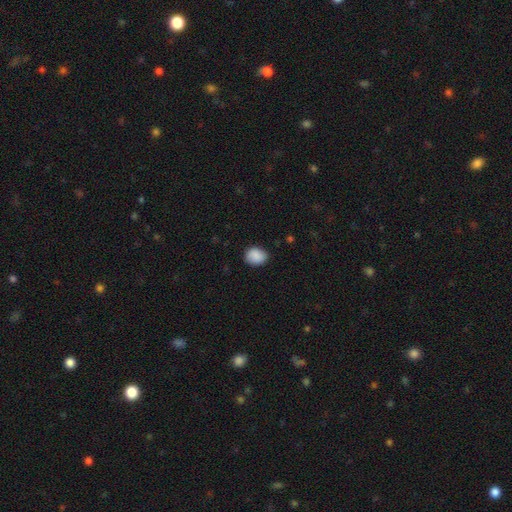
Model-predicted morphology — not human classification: Smooth or featured? smooth (89%)
How rounded? in between (50%, tied with round)
Merging? none (83%)